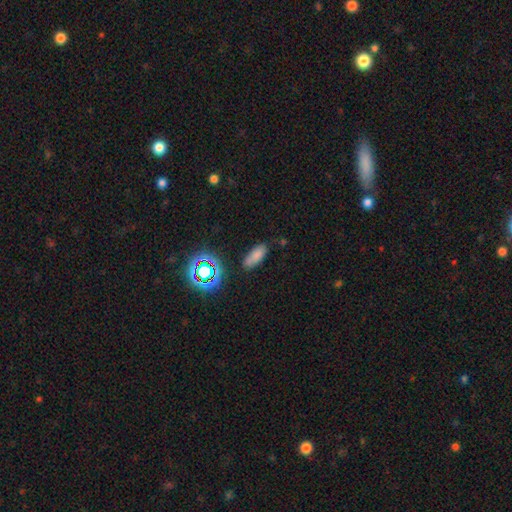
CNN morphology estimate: This is likely a smooth galaxy (74%). How rounded: likely in between (79%). Merging: likely none (77%).